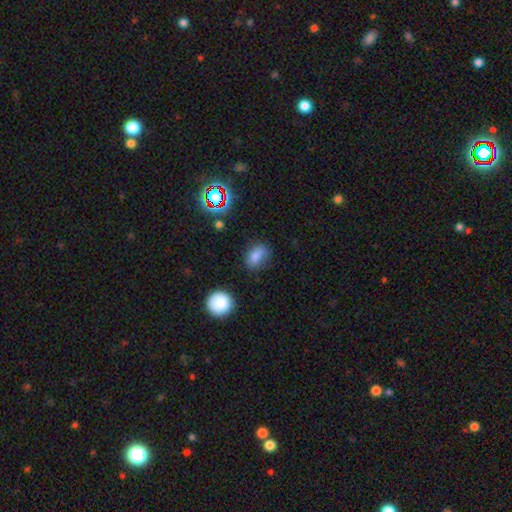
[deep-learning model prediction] A smooth galaxy with no disk features (76%) that is in between round and cigar-shaped (68%).

Vote fractions:
- Smooth or featured? smooth: 76% / star or artifact: 14% / featured or disk: 10%
- How rounded? in between: 68% / round: 29% / cigar-shaped: 2%
- Merging? none: 69% / minor disturbance: 22% / major disturbance: 7% / merger: 3%